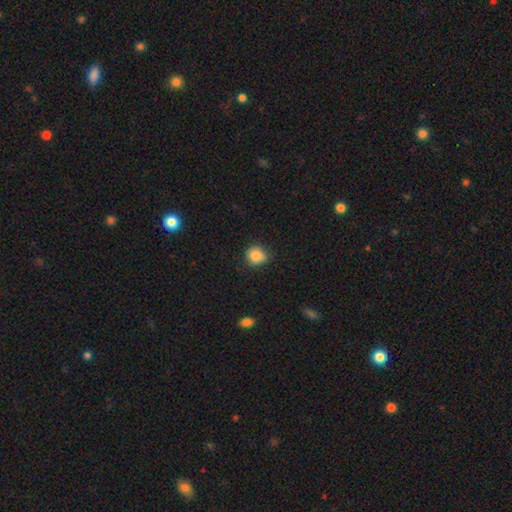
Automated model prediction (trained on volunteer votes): Morphology: type=smooth (85%); roundness=round (81%); merging=none (72%).